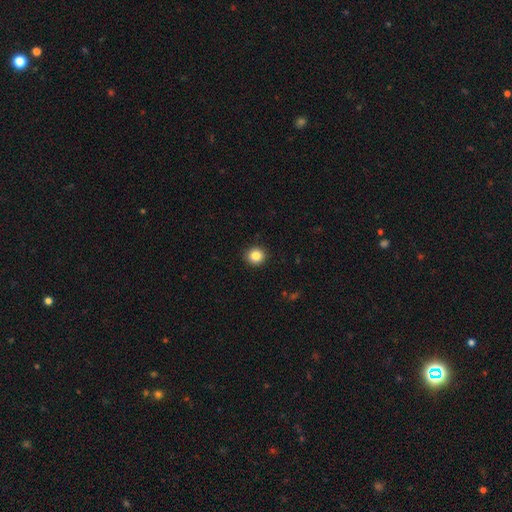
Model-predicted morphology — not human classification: Smooth or featured?
  - smooth: 85% *
  - star or artifact: 10%
  - featured or disk: 5%
How rounded?
  - round: 90% *
  - in between: 9%
  - cigar-shaped: 1%
Merging?
  - none: 92% *
  - minor disturbance: 5%
  - major disturbance: 2%
  - merger: 1%